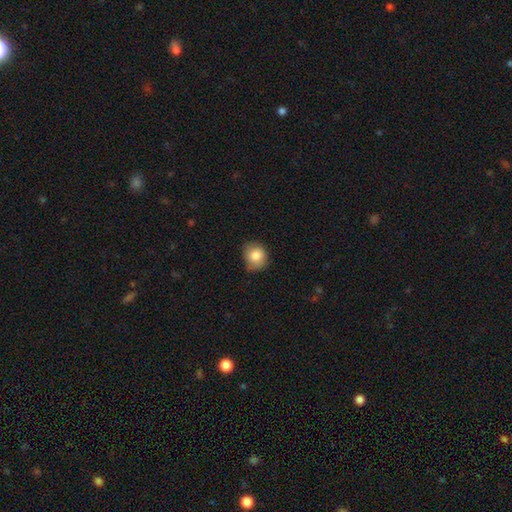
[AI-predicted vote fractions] smooth-or-featured: smooth: 83% | star or artifact: 9% | featured or disk: 8%
  how-rounded: round: 74% | in between: 25% | cigar-shaped: 1%
  merging: none: 63% | minor disturbance: 30% | major disturbance: 6% | merger: 1%